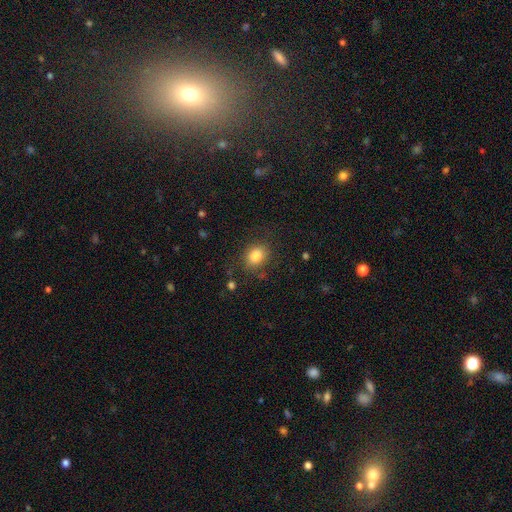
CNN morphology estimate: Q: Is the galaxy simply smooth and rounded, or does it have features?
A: smooth — 84%.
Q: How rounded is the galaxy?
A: in between — 51%.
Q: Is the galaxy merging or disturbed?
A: none — 80%.